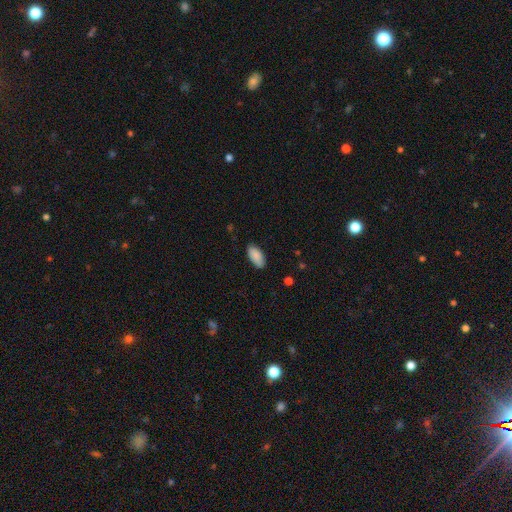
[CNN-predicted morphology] type=smooth (89%); roundness=in between (93%); merging=none (85%).